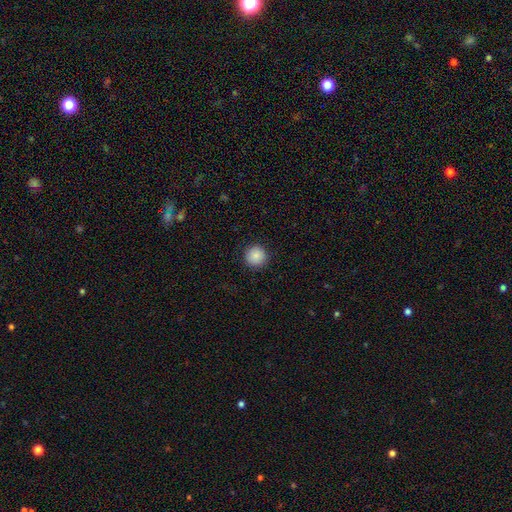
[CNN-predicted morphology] A smooth galaxy with no disk features (87%) that is round (95%). Merging: none (91%).